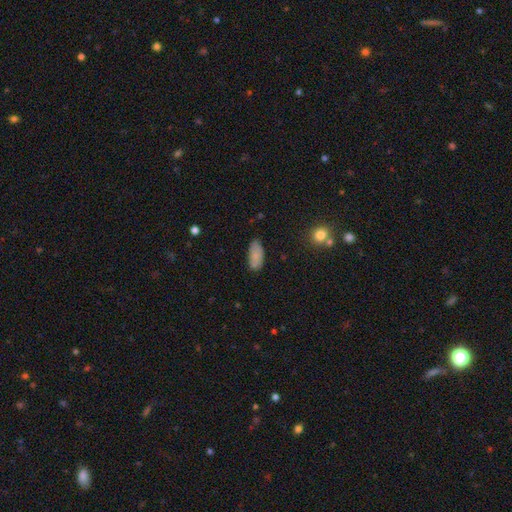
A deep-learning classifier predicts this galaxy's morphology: A smooth galaxy with no disk features (78%) that is in between round and cigar-shaped (90%). Merging: none (71%).